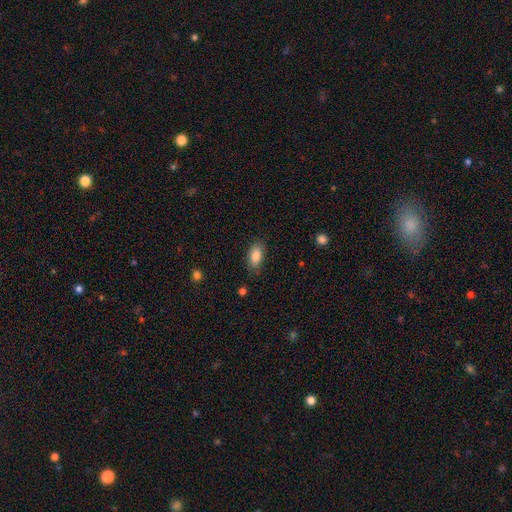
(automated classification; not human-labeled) This is clearly a smooth galaxy (87%). How rounded: clearly in between (90%). Merging: clearly none (81%).